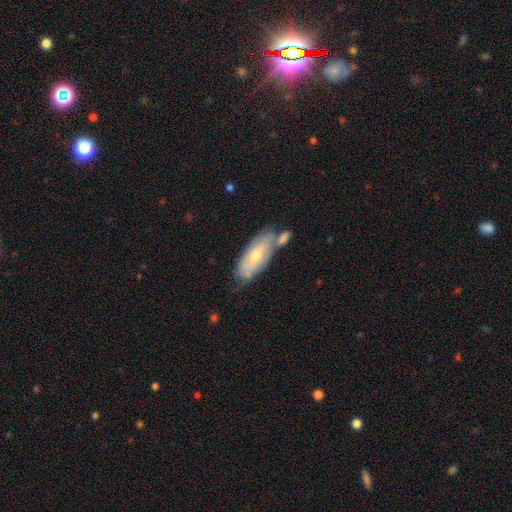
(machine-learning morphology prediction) Smooth or featured? Predicted: smooth (p=0.49). Merging? Predicted: none (p=0.47).